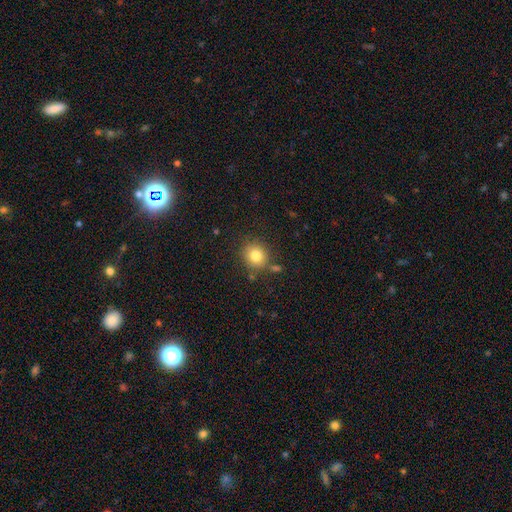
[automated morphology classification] This is clearly a smooth galaxy (82%). How rounded: clearly round (83%). Merging: clearly none (81%).